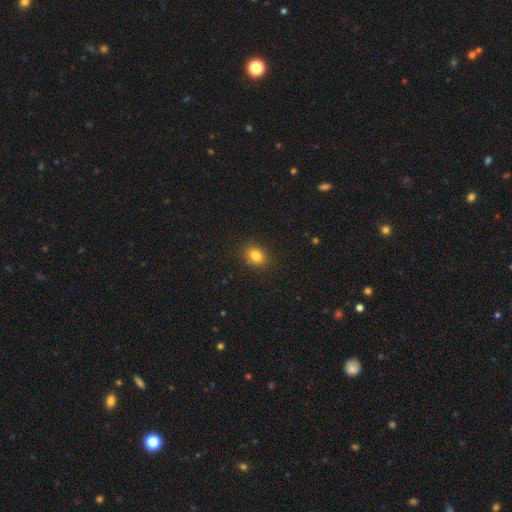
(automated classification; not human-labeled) Smooth or featured?
  - smooth: 83% *
  - star or artifact: 11%
  - featured or disk: 6%
How rounded?
  - in between: 60% *
  - round: 39%
  - cigar-shaped: 1%
Merging?
  - none: 88% *
  - minor disturbance: 9%
  - major disturbance: 2%
  - merger: 1%